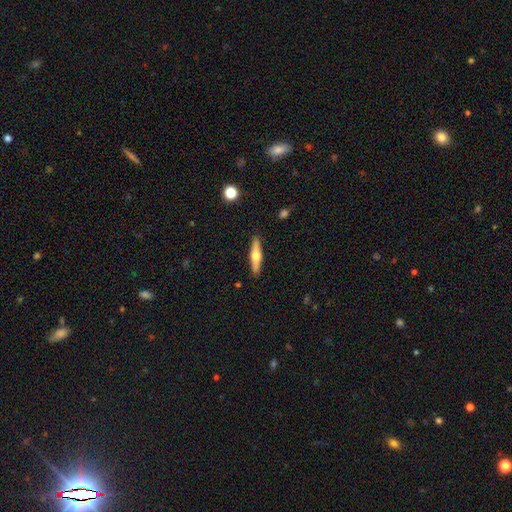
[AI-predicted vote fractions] Smooth or featured: featured or disk — 54% (smooth — 40%)
Edge-on disk: yes — 94% (no — 6%)
Edge-on bulge: rounded — 94% (none — 3%)
Merging: none — 90% (minor disturbance — 7%)